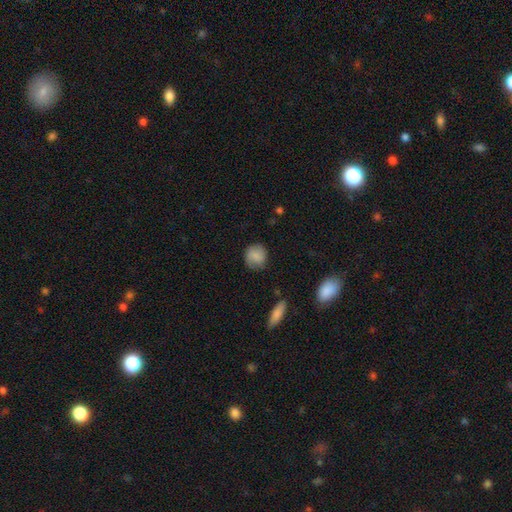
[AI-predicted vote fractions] Q: Smooth or featured?
A: smooth (79%); runner-up: featured or disk (14%)
Q: How rounded?
A: round (82%); runner-up: in between (16%)
Q: Merging?
A: none (77%); runner-up: minor disturbance (17%)